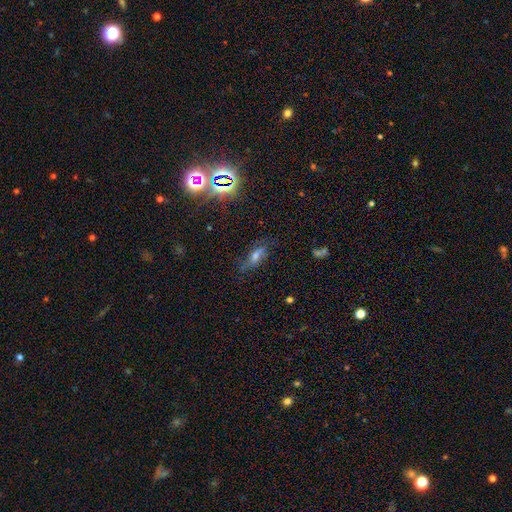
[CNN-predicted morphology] A featured or disk galaxy (35%).

Vote fractions:
- Smooth or featured? featured or disk: 35% / smooth: 34% / star or artifact: 31%
- Merging? none: 69% / minor disturbance: 20% / major disturbance: 9% / merger: 3%